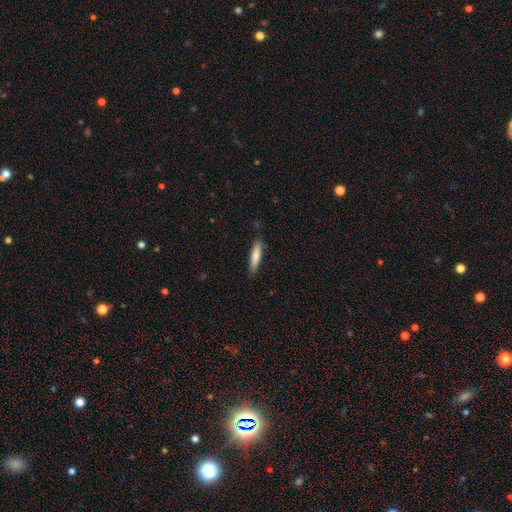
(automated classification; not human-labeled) smooth 80%, featured or disk 15%, star or artifact 6%. Down the decision tree: how rounded — cigar-shaped (83%); merging — none (85%).